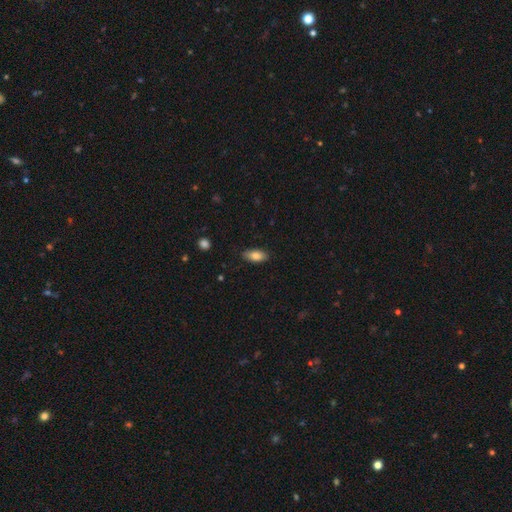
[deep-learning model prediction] This is clearly a smooth galaxy (82%). How rounded: clearly in between (89%). Merging: clearly none (85%).